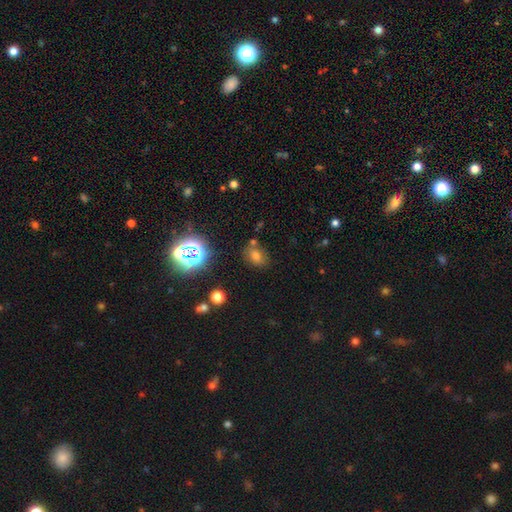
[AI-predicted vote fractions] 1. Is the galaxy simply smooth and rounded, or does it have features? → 65% smooth, 25% star or artifact, 10% featured or disk.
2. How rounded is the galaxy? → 66% in between, 33% round, 2% cigar-shaped.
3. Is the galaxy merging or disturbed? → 70% none, 14% minor disturbance, 11% merger, 4% major disturbance.